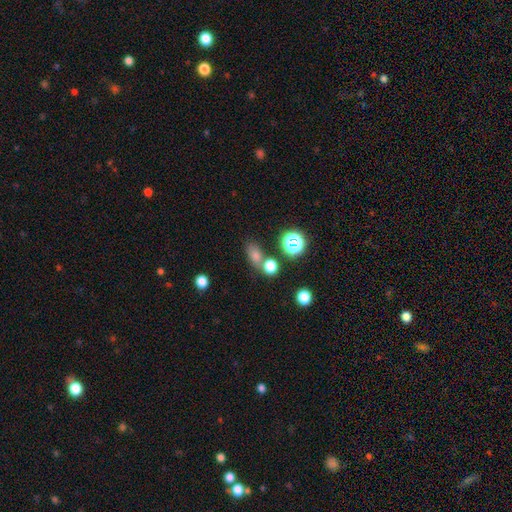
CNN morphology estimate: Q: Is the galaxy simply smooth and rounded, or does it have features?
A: smooth — 66%.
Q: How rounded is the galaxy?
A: in between — 66%.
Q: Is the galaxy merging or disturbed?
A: none — 61%.